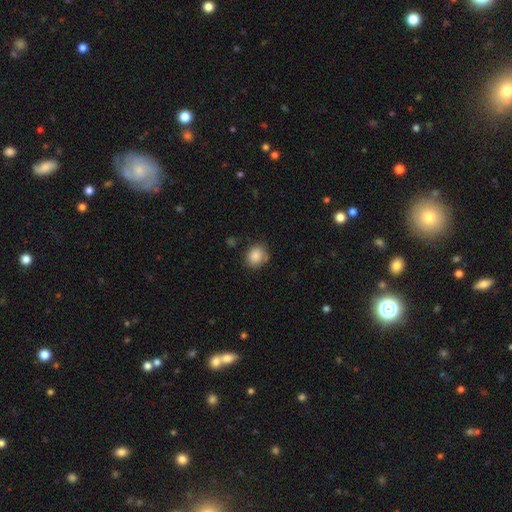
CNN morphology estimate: This is clearly a smooth galaxy (86%). How rounded: likely round (74%). Merging: likely none (74%).